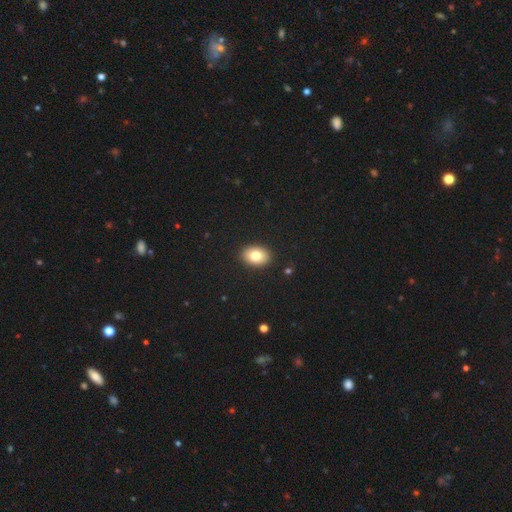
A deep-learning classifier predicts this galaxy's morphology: The model was most divided on "how rounded": in between: 75%, round: 24%, cigar-shaped: 1%. More confident: merging — none (91%); smooth or featured — smooth (79%).